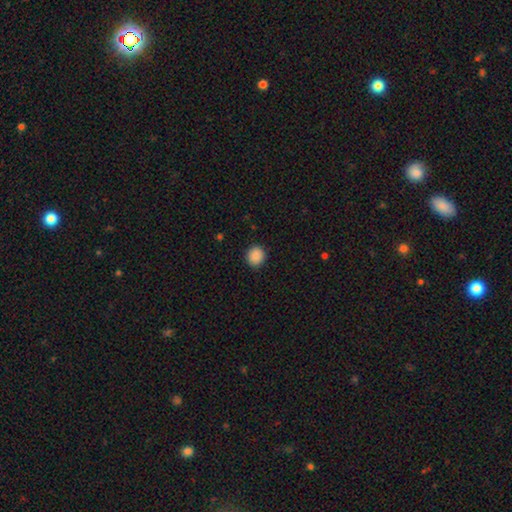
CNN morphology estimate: Q: Smooth or featured?
A: smooth (89%); runner-up: star or artifact (8%)
Q: How rounded?
A: round (88%); runner-up: in between (11%)
Q: Merging?
A: none (91%); runner-up: minor disturbance (6%)